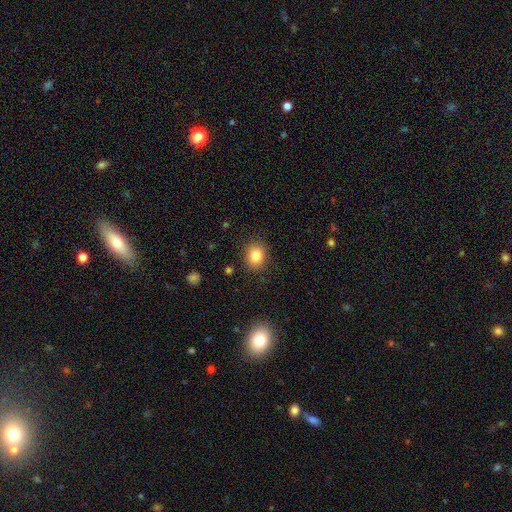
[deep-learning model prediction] The model was most divided on "how rounded": round: 62%, in between: 37%, cigar-shaped: 1%. More confident: merging — none (86%); smooth or featured — smooth (84%).